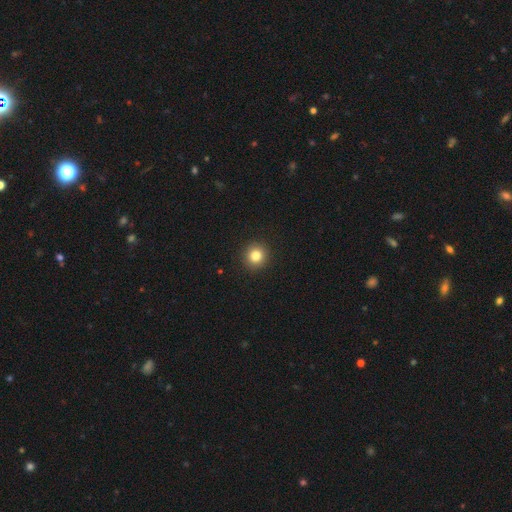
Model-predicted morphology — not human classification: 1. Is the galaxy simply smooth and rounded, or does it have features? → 82% smooth, 12% star or artifact, 6% featured or disk.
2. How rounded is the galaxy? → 93% round, 6% in between, 1% cigar-shaped.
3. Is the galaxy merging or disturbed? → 93% none, 4% minor disturbance, 2% major disturbance, 1% merger.